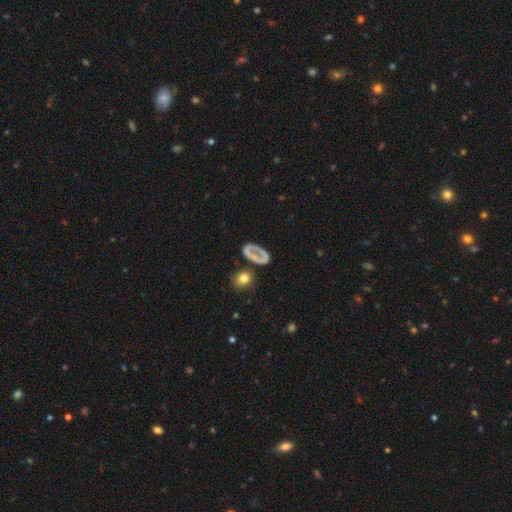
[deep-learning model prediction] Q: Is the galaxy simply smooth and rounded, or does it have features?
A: smooth — 48%.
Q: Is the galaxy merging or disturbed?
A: none — 60%.